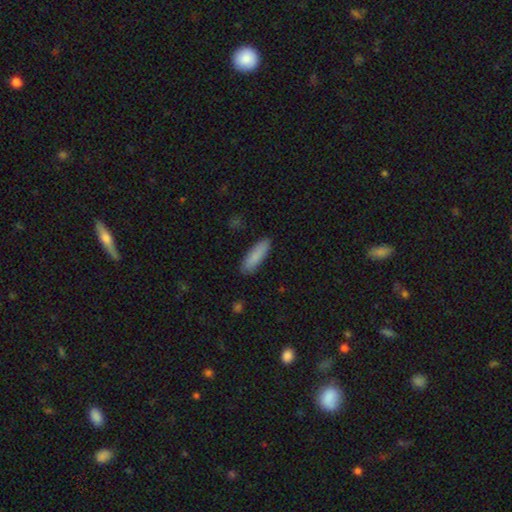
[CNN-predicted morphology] Smooth or featured?
  - smooth: 87% *
  - featured or disk: 7%
  - star or artifact: 6%
How rounded?
  - cigar-shaped: 59% *
  - in between: 40%
  - round: 1%
Merging?
  - none: 87% *
  - minor disturbance: 10%
  - major disturbance: 2%
  - merger: 1%